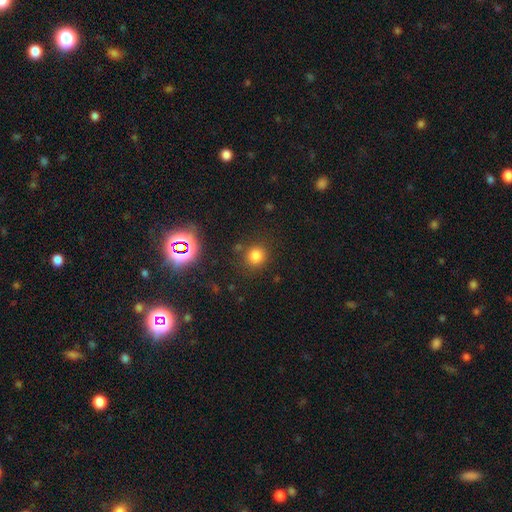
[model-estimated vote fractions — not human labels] Overall: smooth (77%). How rounded: round (90%). Merging: none (83%).